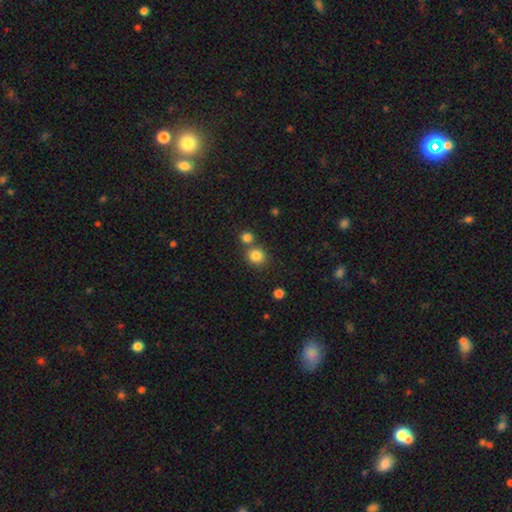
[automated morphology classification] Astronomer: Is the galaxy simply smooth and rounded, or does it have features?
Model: smooth — 83%.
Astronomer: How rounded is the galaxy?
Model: round — 86%.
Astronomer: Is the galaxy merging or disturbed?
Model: none — 64%.